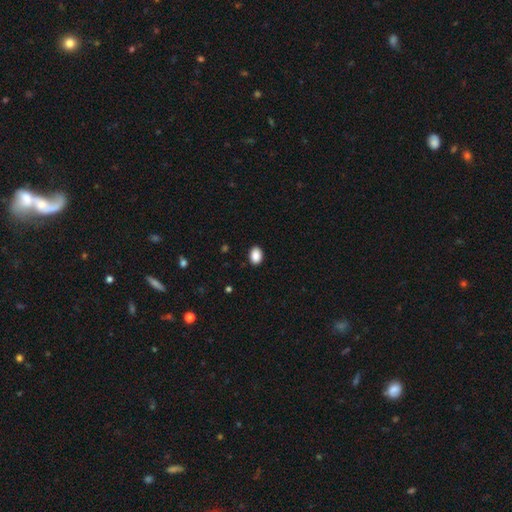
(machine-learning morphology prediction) This is clearly a smooth galaxy (89%). How rounded: clearly in between (80%). Merging: clearly none (89%).